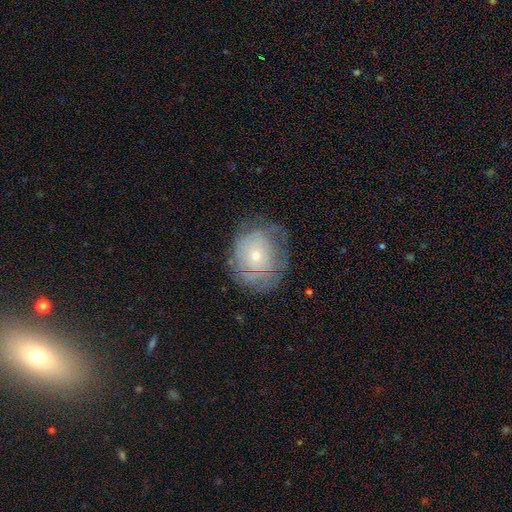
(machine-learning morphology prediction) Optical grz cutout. It shows a featured or disk galaxy (56%) with no bar (87%), spiral arms (63%) and a small central bulge (68%). Merging: none (64%).